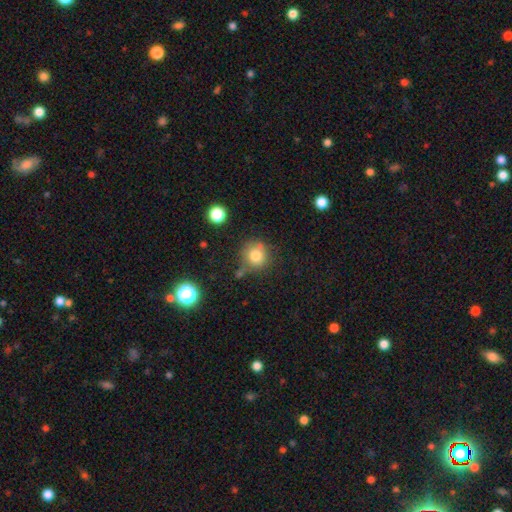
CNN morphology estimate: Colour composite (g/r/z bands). It shows a smooth galaxy with no disk features (78%) that is round (89%). Merging: none (69%).